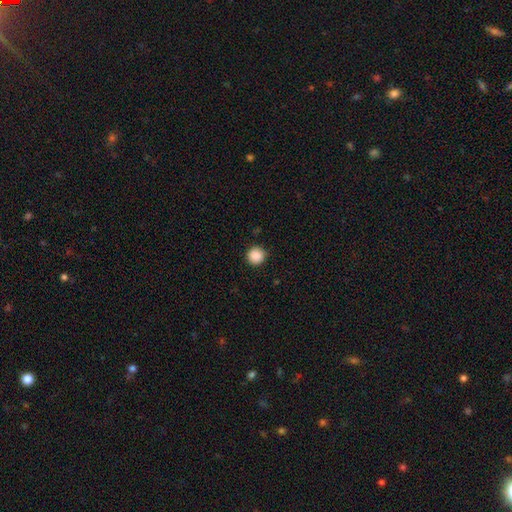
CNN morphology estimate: Q: Smooth or featured?
A: smooth (89%); runner-up: star or artifact (9%)
Q: How rounded?
A: round (94%); runner-up: in between (5%)
Q: Merging?
A: none (90%); runner-up: minor disturbance (7%)